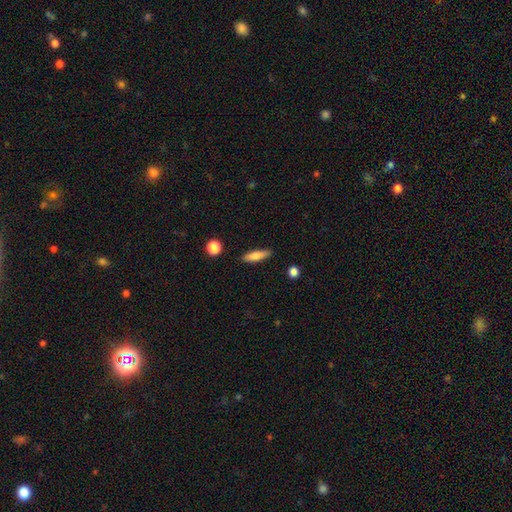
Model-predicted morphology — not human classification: type=smooth (75%); roundness=cigar-shaped (70%); merging=none (87%).